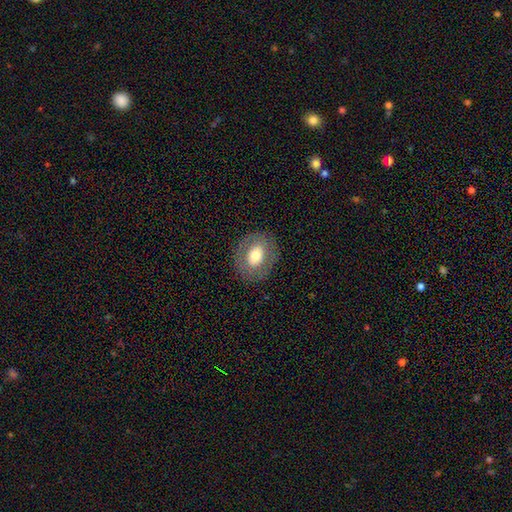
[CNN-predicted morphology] Smooth or featured? Predicted: smooth (p=0.64). How rounded? Predicted: in between (p=0.57). Merging? Predicted: none (p=0.83).